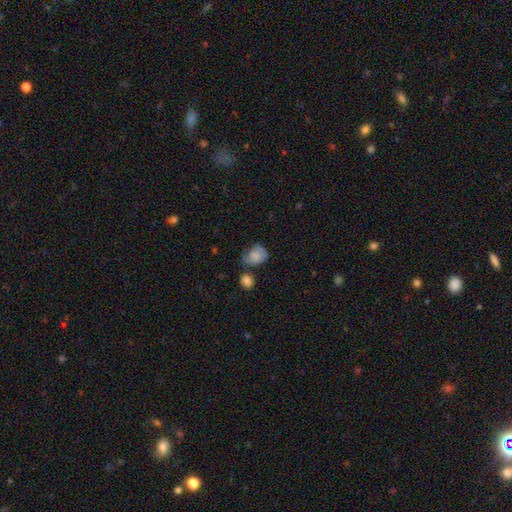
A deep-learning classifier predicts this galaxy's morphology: A smooth galaxy with no disk features (74%) that is in between round and cigar-shaped (60%). Merging: none (44%).